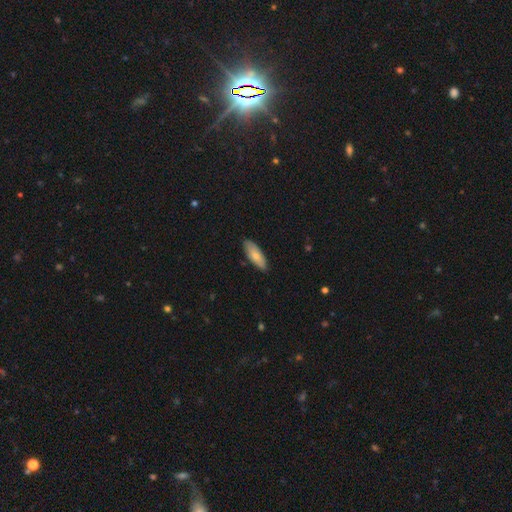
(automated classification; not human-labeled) Morphology: type=smooth (75%); roundness=in between (73%); merging=none (86%).